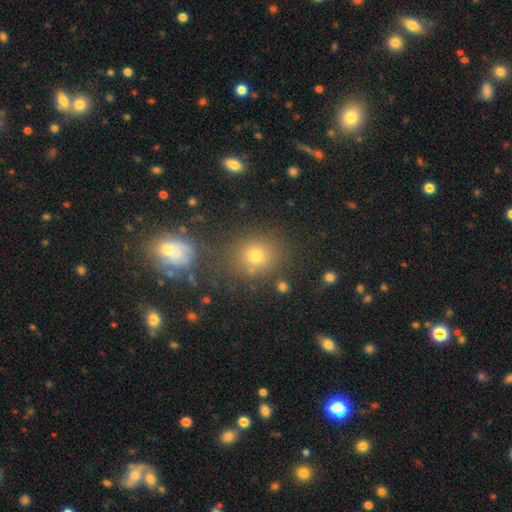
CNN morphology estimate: This is likely a smooth galaxy (69%). How rounded: likely round (79%). Merging: likely none (77%).